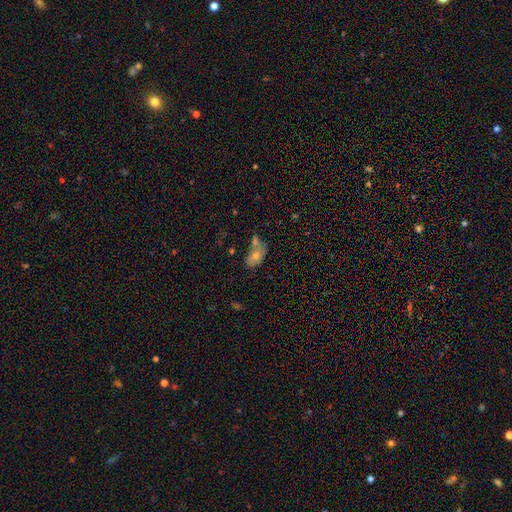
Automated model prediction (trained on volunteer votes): Smooth or featured? Predicted: smooth (p=0.59). How rounded? Predicted: in between (p=0.82). Merging? Predicted: none (p=0.38).